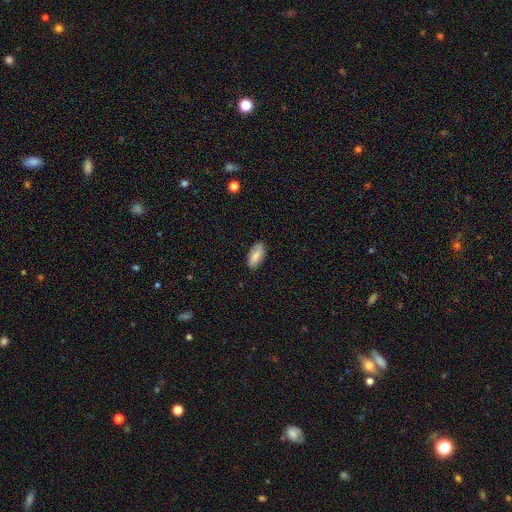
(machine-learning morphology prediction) Smooth or featured? smooth (82%)
How rounded? in between (90%)
Merging? none (85%)